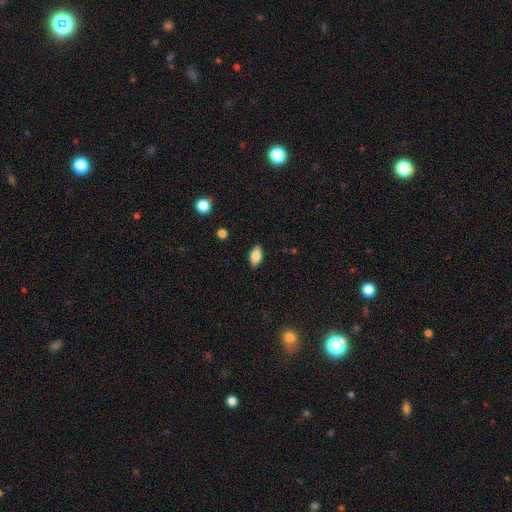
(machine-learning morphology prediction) smooth_or_featured: smooth (p=0.80) [alt: featured or disk p=0.12]
how_rounded: in between (p=0.89) [alt: cigar-shaped p=0.06]
merging: none (p=0.86) [alt: minor disturbance p=0.10]